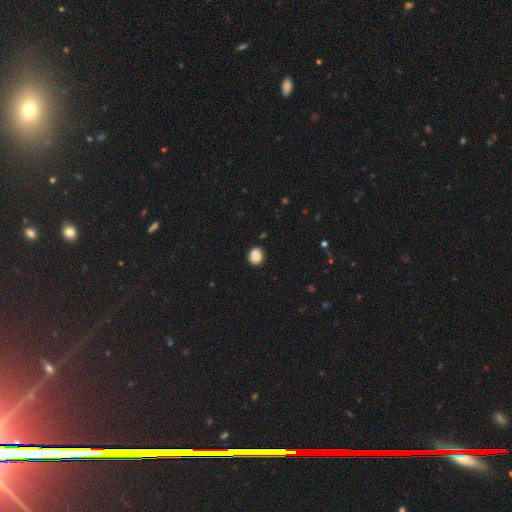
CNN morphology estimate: Q: Smooth or featured?
A: smooth (86%); runner-up: star or artifact (9%)
Q: How rounded?
A: round (70%); runner-up: in between (29%)
Q: Merging?
A: none (81%); runner-up: minor disturbance (14%)